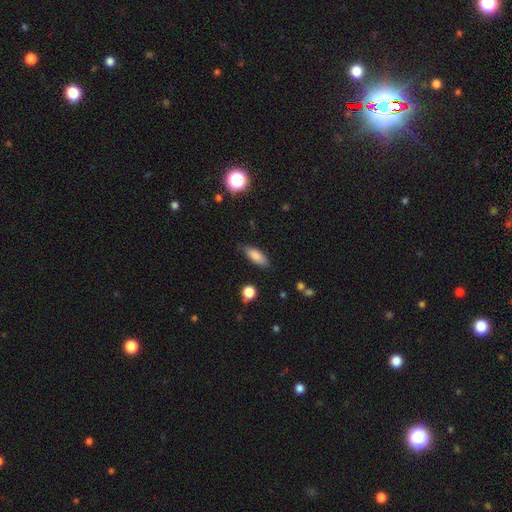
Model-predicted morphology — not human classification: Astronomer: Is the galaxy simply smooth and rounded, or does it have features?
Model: smooth — 84%.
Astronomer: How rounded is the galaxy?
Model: in between — 73%.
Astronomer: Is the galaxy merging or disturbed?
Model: none — 80%.